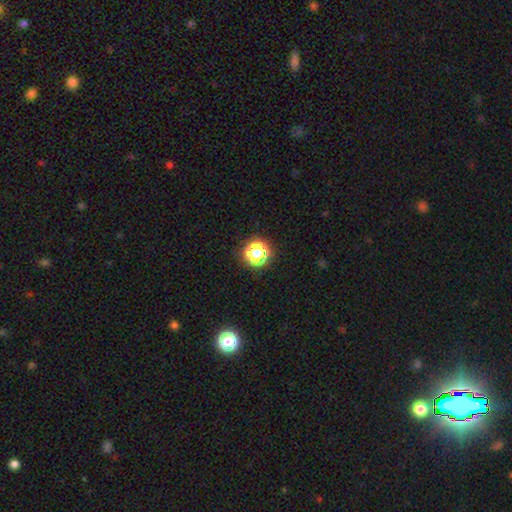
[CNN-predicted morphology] Smooth or featured? smooth (58%)
How rounded? round (90%)
Merging? none (80%)